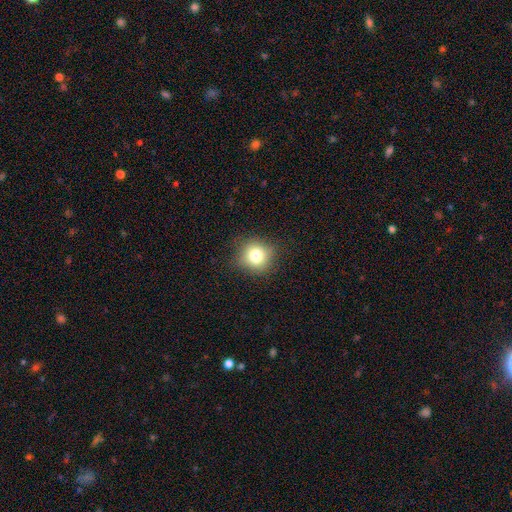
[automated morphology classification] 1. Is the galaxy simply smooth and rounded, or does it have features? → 80% smooth, 12% star or artifact, 9% featured or disk.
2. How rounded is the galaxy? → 87% round, 12% in between, 1% cigar-shaped.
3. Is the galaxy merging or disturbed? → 85% none, 11% minor disturbance, 3% major disturbance, 1% merger.